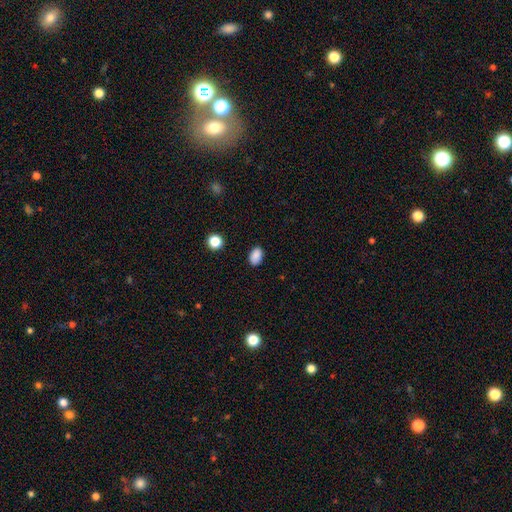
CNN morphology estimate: smooth-or-featured: smooth: 87% | star or artifact: 10% | featured or disk: 4%
  how-rounded: in between: 84% | round: 15% | cigar-shaped: 1%
  merging: none: 86% | minor disturbance: 10% | major disturbance: 2% | merger: 1%